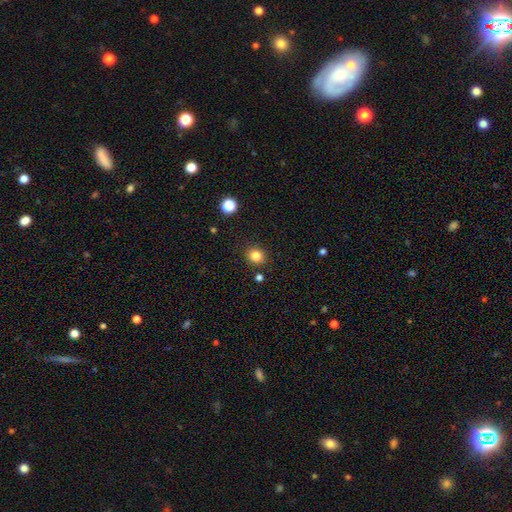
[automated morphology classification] A smooth galaxy with no disk features (82%) that is round (81%). Merging: none (88%).